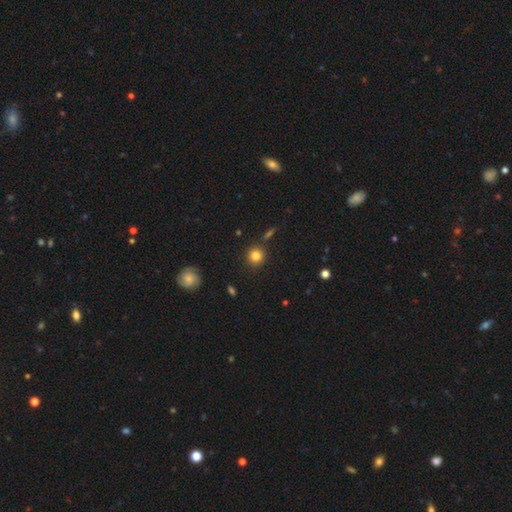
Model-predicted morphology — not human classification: A smooth galaxy with no disk features (83%) that is round (91%).

Vote fractions:
- Smooth or featured? smooth: 83% / star or artifact: 11% / featured or disk: 6%
- How rounded? round: 91% / in between: 8% / cigar-shaped: 1%
- Merging? none: 86% / minor disturbance: 8% / merger: 4% / major disturbance: 2%